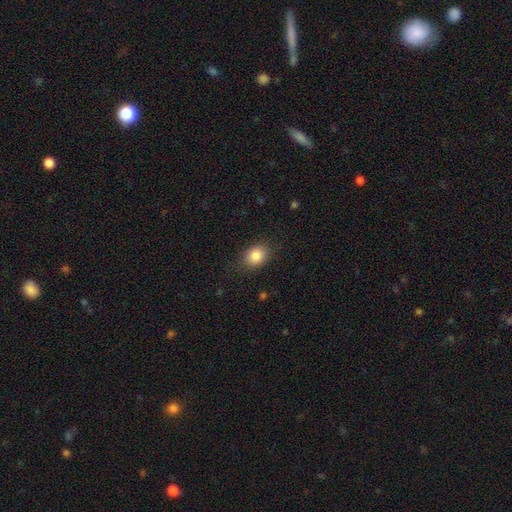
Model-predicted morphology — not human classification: Smooth or featured?
  - smooth: 85% *
  - star or artifact: 9%
  - featured or disk: 6%
How rounded?
  - in between: 57% *
  - round: 42%
  - cigar-shaped: 1%
Merging?
  - none: 83% *
  - minor disturbance: 12%
  - major disturbance: 4%
  - merger: 1%